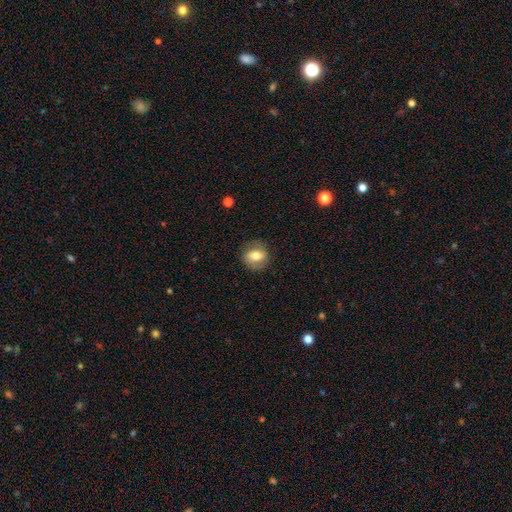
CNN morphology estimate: smooth_or_featured: smooth (p=0.60) [alt: featured or disk p=0.31]
how_rounded: round (p=0.55) [alt: in between p=0.43]
merging: none (p=0.80) [alt: minor disturbance p=0.14]